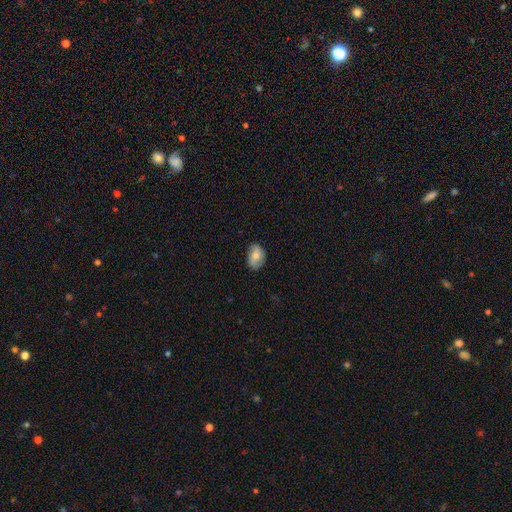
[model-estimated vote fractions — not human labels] Overall: smooth (74%). How rounded: in between (83%). Merging: none (76%).